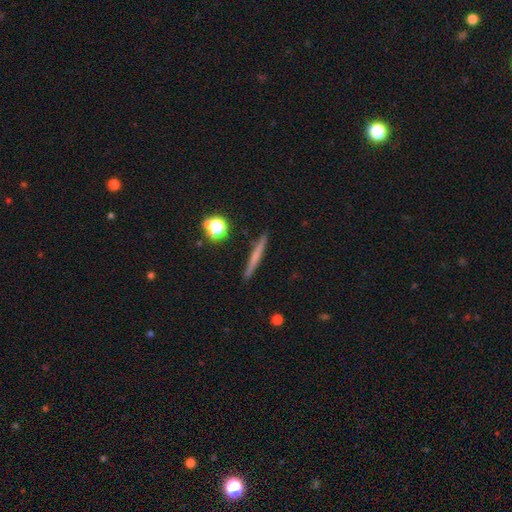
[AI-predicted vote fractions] smooth 48%, featured or disk 43%, star or artifact 9%. Down the decision tree: merging — none (91%).